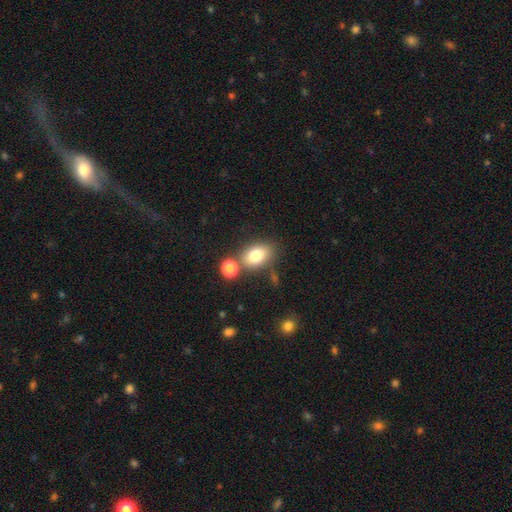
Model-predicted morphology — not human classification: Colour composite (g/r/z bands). It shows a smooth galaxy with no disk features (78%) that is in between round and cigar-shaped (80%). Merging: none (64%).